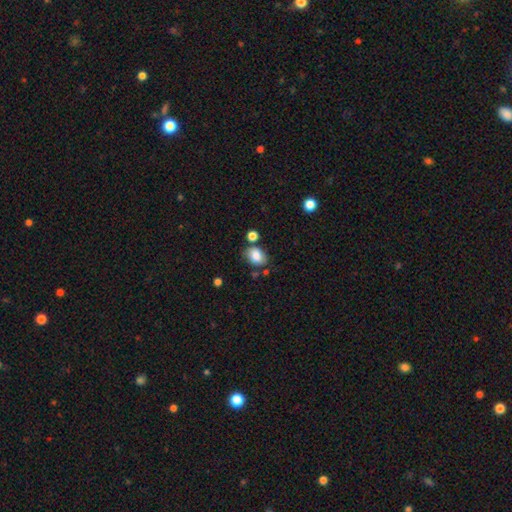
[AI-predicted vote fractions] A smooth galaxy with no disk features (81%) that is in between round and cigar-shaped (64%).

Vote fractions:
- Smooth or featured? smooth: 81% / featured or disk: 10% / star or artifact: 9%
- How rounded? in between: 64% / round: 35% / cigar-shaped: 1%
- Merging? none: 68% / minor disturbance: 17% / merger: 10% / major disturbance: 4%